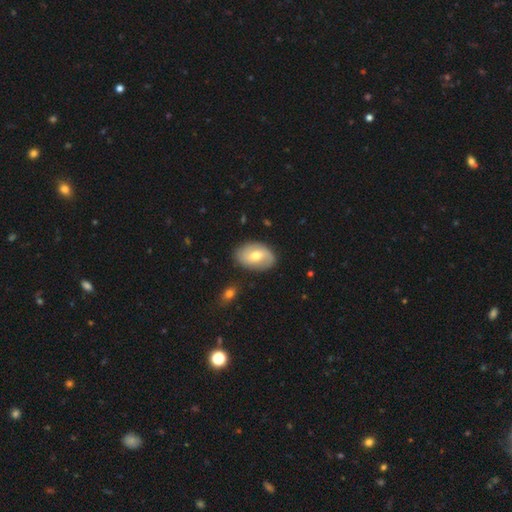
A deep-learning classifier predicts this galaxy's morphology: type=featured or disk (52%); edge-on=no (94%); merging=none (82%).